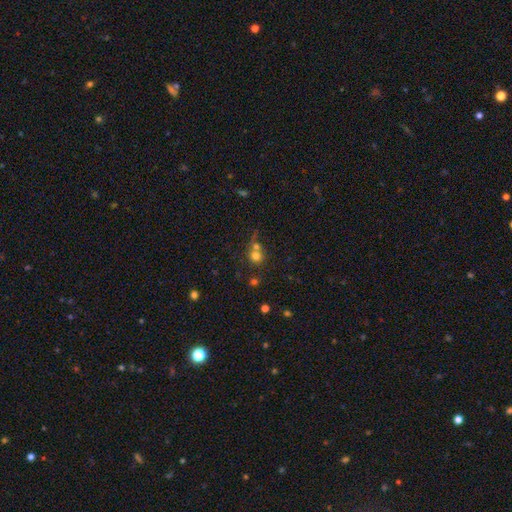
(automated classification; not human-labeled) A smooth galaxy with no disk features (71%) that is round (87%). Merging: none (47%).